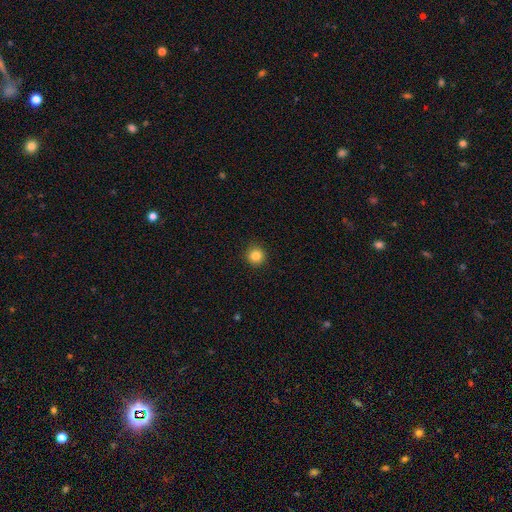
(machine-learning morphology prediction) Smooth or featured? smooth (84%)
How rounded? round (94%)
Merging? none (92%)